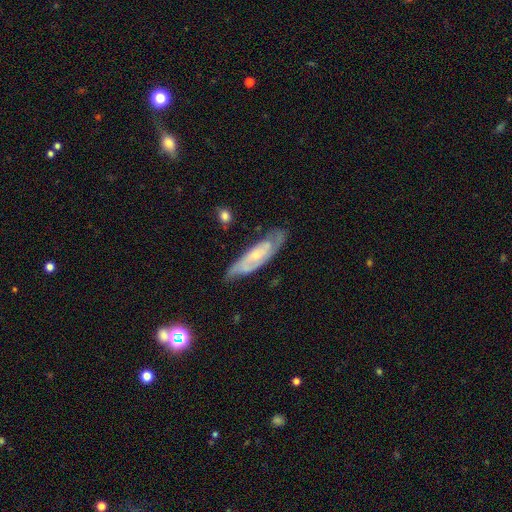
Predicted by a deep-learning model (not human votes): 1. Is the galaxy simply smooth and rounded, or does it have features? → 75% featured or disk, 19% smooth, 6% star or artifact.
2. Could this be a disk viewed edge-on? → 81% no, 19% yes.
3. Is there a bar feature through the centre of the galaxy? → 61% no, 31% weak, 9% strong.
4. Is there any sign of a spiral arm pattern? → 90% yes, 10% no.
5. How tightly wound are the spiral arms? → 53% tight, 37% medium, 10% loose.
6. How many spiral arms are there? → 63% 2, 26% can't tell, 5% 3, 3% 1, 2% 4, 2% more than 4.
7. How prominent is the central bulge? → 68% small, 25% moderate, 5% none, 2% large, 1% dominant.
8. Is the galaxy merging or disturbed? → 72% none, 20% minor disturbance, 6% major disturbance, 2% merger.